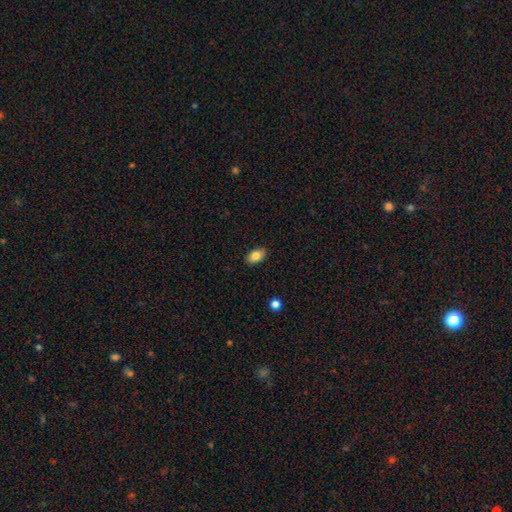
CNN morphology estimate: A smooth galaxy with no disk features (83%) that is in between round and cigar-shaped (91%). Merging: none (89%).